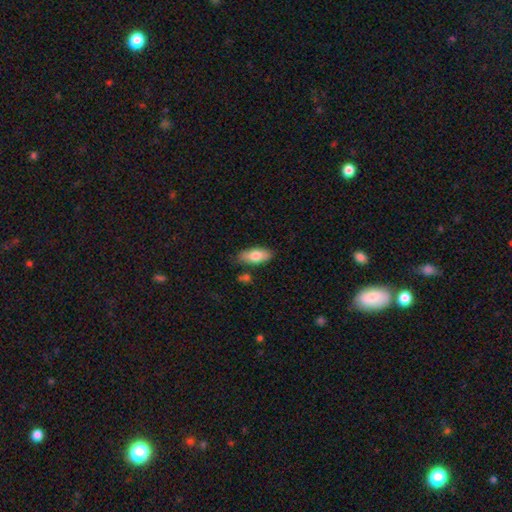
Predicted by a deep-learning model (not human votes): The model was most divided on "smooth or featured": smooth: 76%, featured or disk: 18%, star or artifact: 6%. More confident: how rounded — in between (81%); merging — none (80%).